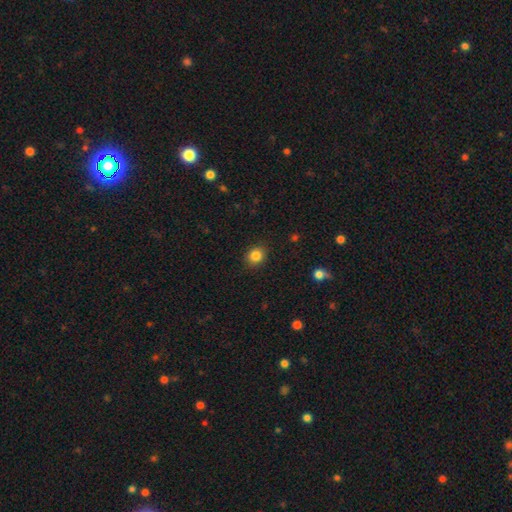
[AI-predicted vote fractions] This is clearly a smooth galaxy (85%). How rounded: likely round (75%). Merging: clearly none (90%).